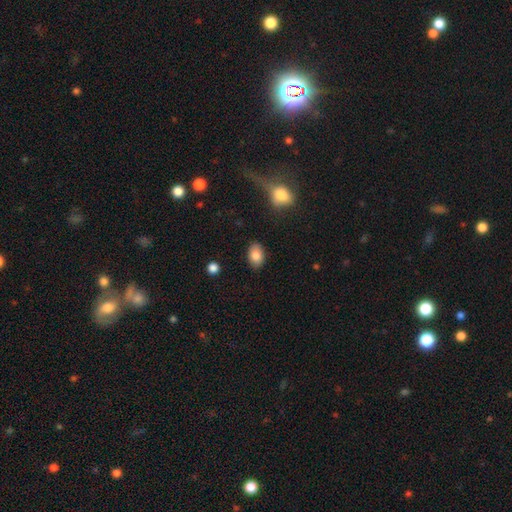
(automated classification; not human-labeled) Smooth or featured?
  - smooth: 85% *
  - star or artifact: 8%
  - featured or disk: 7%
How rounded?
  - in between: 85% *
  - round: 14%
  - cigar-shaped: 1%
Merging?
  - none: 86% *
  - minor disturbance: 10%
  - major disturbance: 2%
  - merger: 2%